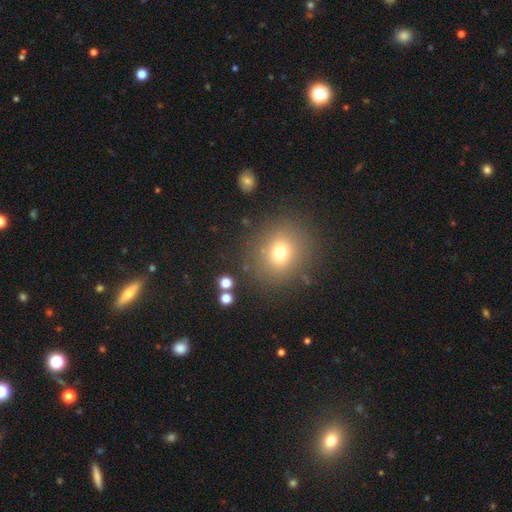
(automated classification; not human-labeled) A smooth galaxy with no disk features (61%) that is round (86%). Merging: none (87%).